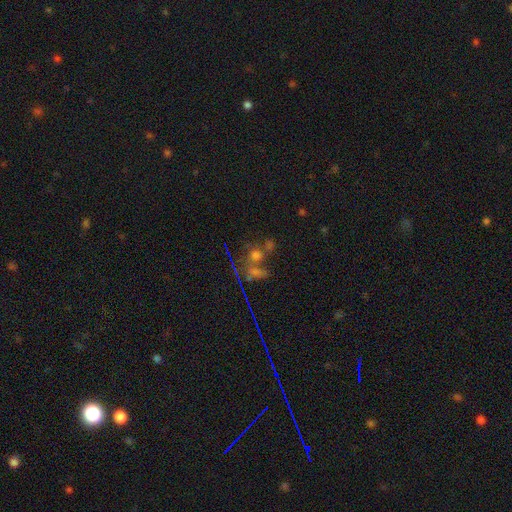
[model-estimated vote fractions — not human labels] A smooth galaxy with no disk features (41%). Merging: merger (40%).